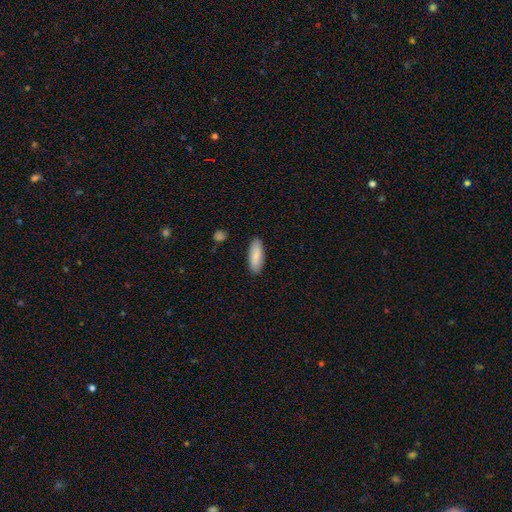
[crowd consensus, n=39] This appears to be a smooth galaxy with no disk features (87%) that is cigar-shaped (50%). Merging: none (89%).